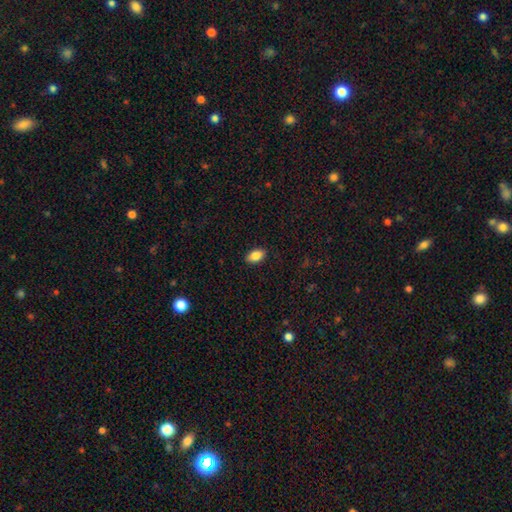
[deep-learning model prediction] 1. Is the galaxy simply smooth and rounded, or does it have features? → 85% smooth, 8% star or artifact, 7% featured or disk.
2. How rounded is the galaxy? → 91% in between, 6% round, 2% cigar-shaped.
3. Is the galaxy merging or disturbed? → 90% none, 8% minor disturbance, 2% major disturbance, 1% merger.